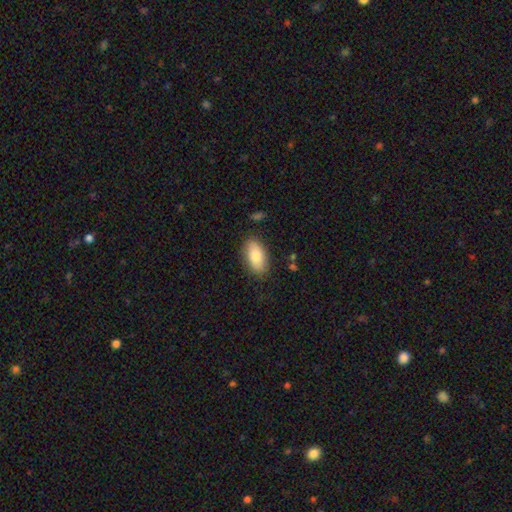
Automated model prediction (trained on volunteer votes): Smooth or featured? Predicted: smooth (p=0.82). How rounded? Predicted: in between (p=0.92). Merging? Predicted: none (p=0.83).